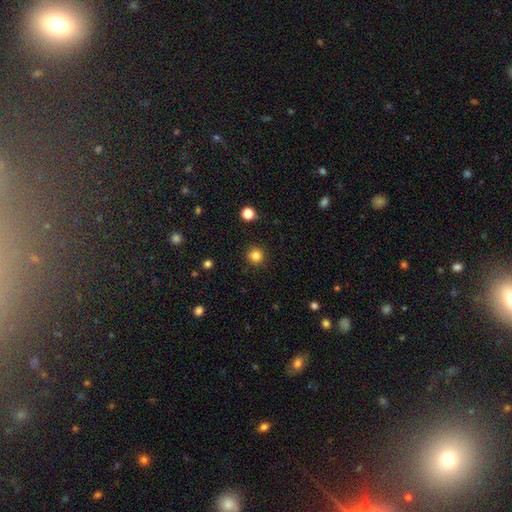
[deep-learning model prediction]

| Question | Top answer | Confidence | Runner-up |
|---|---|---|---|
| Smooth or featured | smooth | 83% | star or artifact (12%) |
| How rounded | round | 95% | in between (4%) |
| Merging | none | 92% | minor disturbance (5%) |